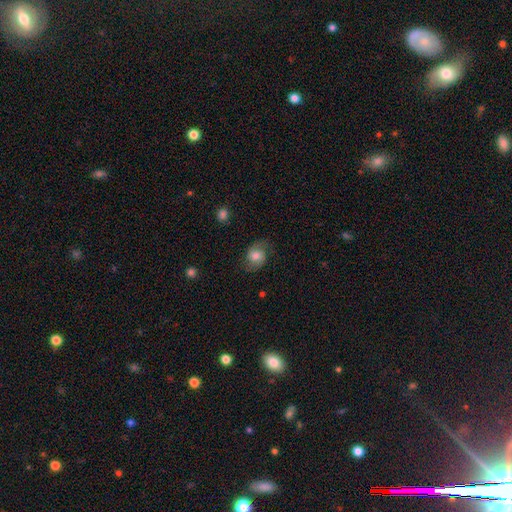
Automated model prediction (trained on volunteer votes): smooth-or-featured: featured or disk: 47% | smooth: 45% | star or artifact: 9%
  merging: none: 72% | minor disturbance: 19% | major disturbance: 8% | merger: 1%